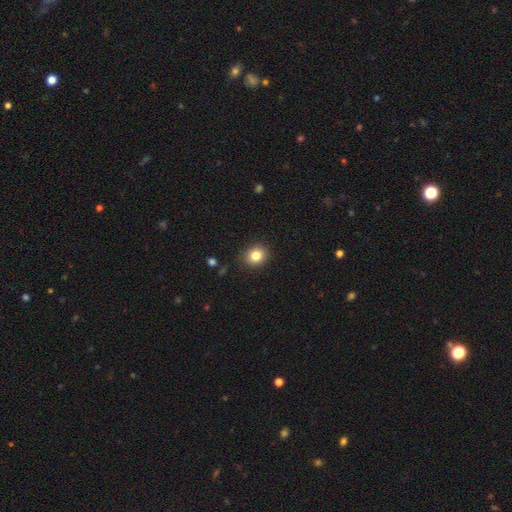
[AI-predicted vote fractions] Smooth or featured?
  - smooth: 83% *
  - star or artifact: 10%
  - featured or disk: 7%
How rounded?
  - round: 72% *
  - in between: 27%
  - cigar-shaped: 1%
Merging?
  - none: 89% *
  - minor disturbance: 8%
  - major disturbance: 2%
  - merger: 1%